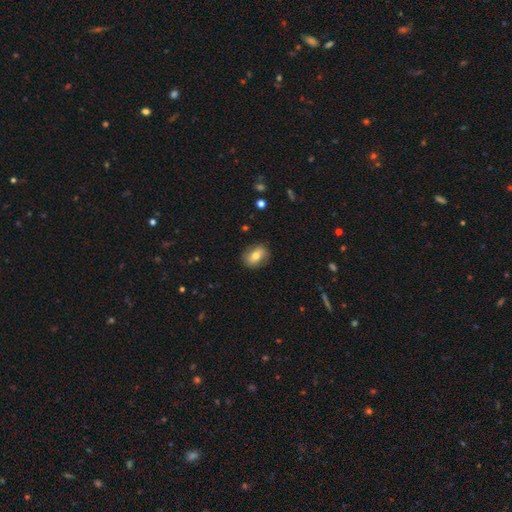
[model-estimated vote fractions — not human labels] smooth-or-featured: smooth: 63% | featured or disk: 28% | star or artifact: 9%
  how-rounded: in between: 65% | round: 33% | cigar-shaped: 2%
  merging: none: 84% | minor disturbance: 12% | major disturbance: 3% | merger: 1%